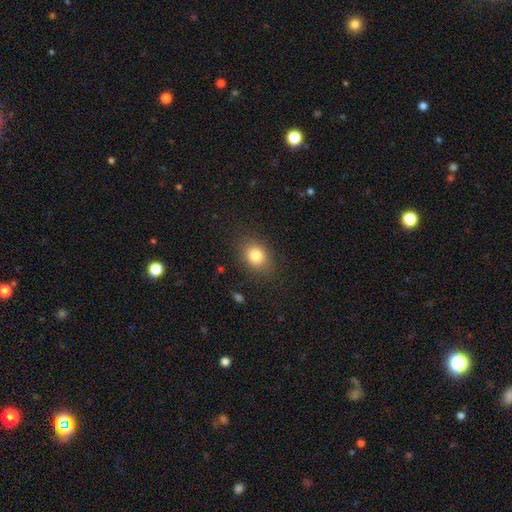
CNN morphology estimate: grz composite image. It shows a smooth galaxy with no disk features (81%) that is round (53%). Merging: none (84%).